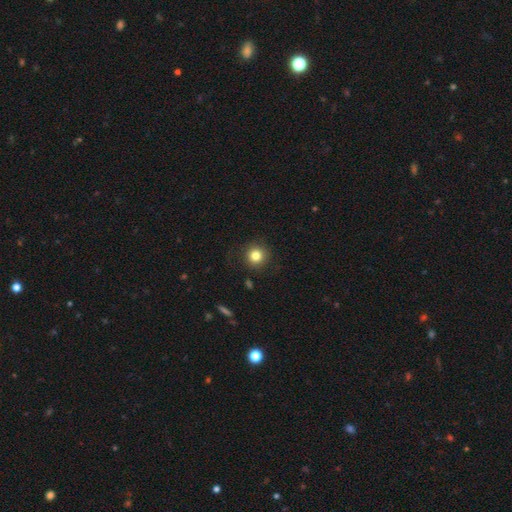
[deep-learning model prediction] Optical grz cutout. It shows a smooth galaxy with no disk features (81%) that is round (94%). Merging: none (88%).